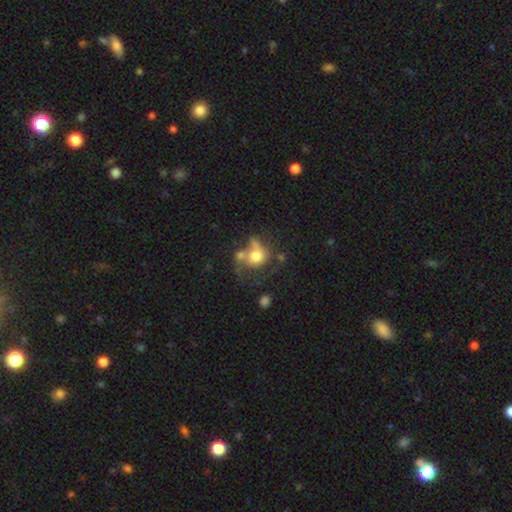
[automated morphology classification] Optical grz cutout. It shows a smooth galaxy with no disk features (60%) that is round (72%). Merging: merger (32%, tied with none).